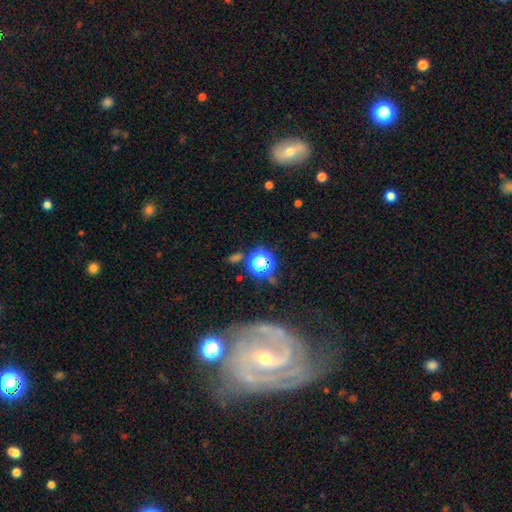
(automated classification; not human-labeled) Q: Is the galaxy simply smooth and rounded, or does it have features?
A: star or artifact — 47%.